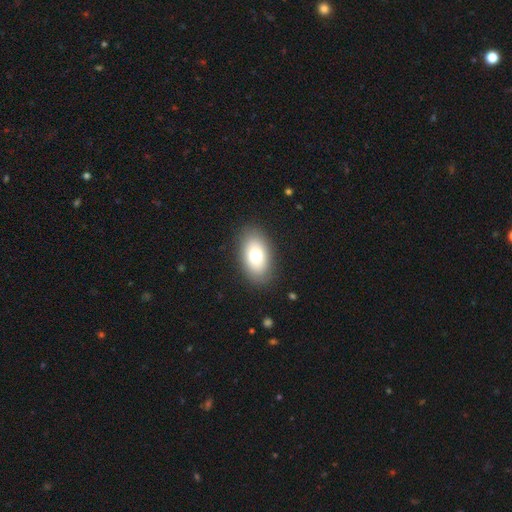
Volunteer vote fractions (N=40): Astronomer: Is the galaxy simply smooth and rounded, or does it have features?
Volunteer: smooth — 78%.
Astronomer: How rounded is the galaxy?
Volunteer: in between — 94%.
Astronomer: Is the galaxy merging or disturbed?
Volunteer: none — 89%.